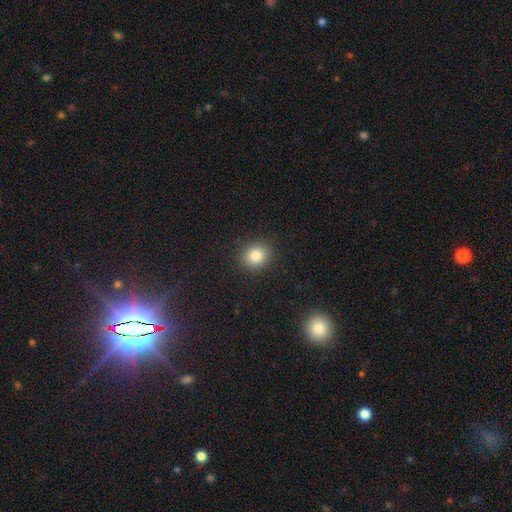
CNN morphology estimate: type=smooth (83%); roundness=round (75%); merging=none (90%).